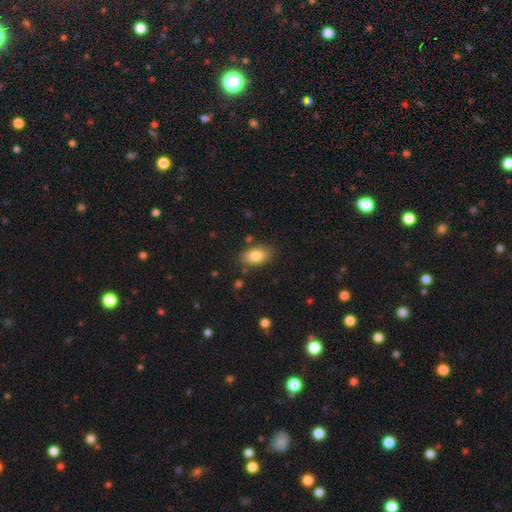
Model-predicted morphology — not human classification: smooth_or_featured: smooth (p=0.83) [alt: featured or disk p=0.10]
how_rounded: in between (p=0.91) [alt: round p=0.05]
merging: none (p=0.83) [alt: minor disturbance p=0.11]